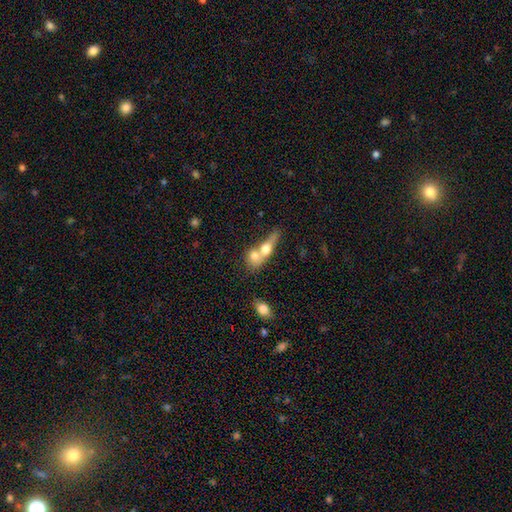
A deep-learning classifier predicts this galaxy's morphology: smooth 60%, featured or disk 32%, star or artifact 9%. Down the decision tree: how rounded — in between (43%); merging — merger (67%).